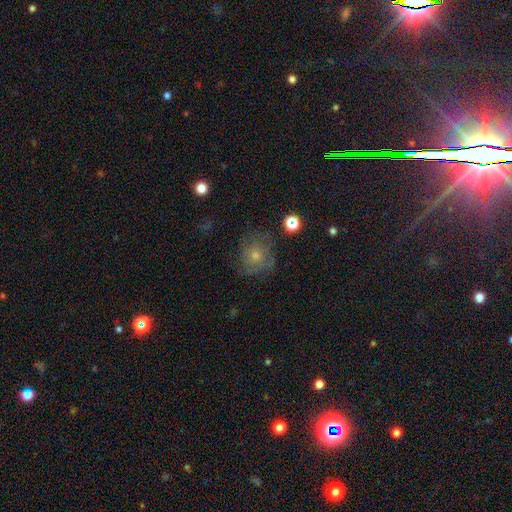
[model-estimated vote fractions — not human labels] This appears to be a smooth galaxy with no disk features (62%) that is round (83%). Merging: none (64%).